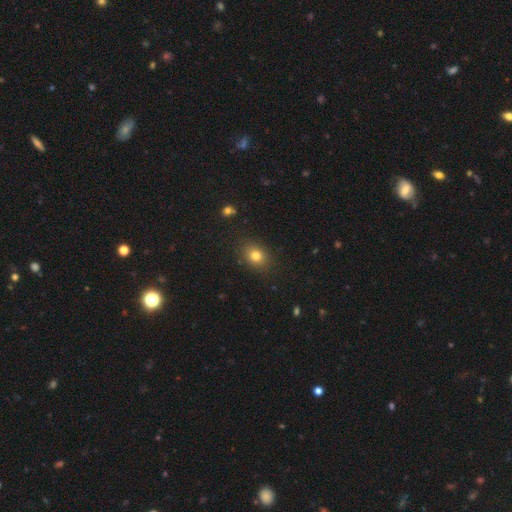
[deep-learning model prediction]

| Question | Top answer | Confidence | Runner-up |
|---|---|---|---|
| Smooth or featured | smooth | 80% | star or artifact (12%) |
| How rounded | in between | 52% | round (47%) |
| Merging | none | 87% | minor disturbance (9%) |